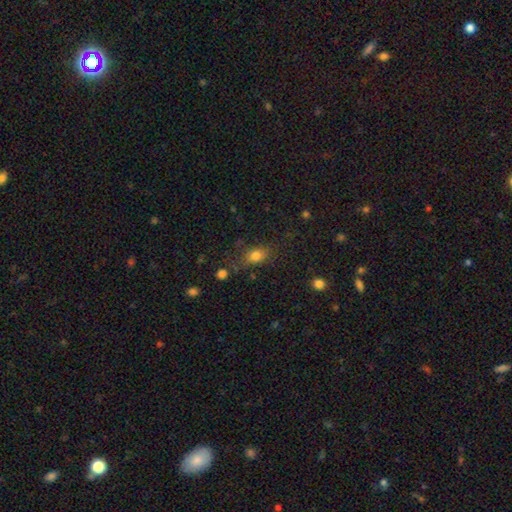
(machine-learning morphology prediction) Smooth or featured: smooth — 79% (star or artifact — 12%)
How rounded: in between — 73% (round — 23%)
Merging: none — 70% (minor disturbance — 19%)